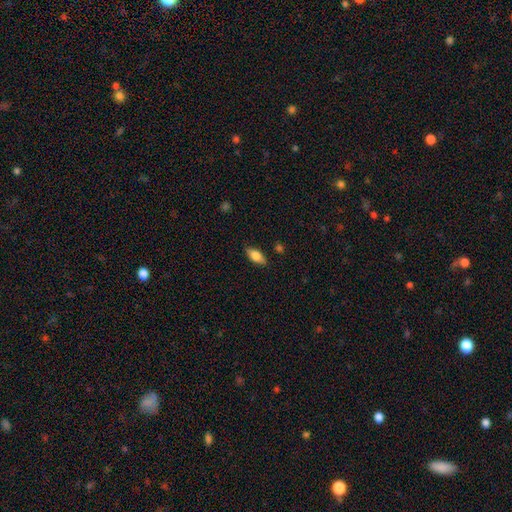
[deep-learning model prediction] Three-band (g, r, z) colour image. It shows a smooth galaxy with no disk features (75%) that is in between round and cigar-shaped (85%). Merging: none (85%).